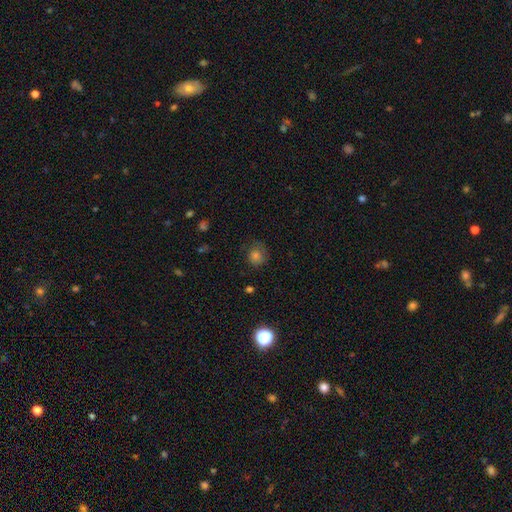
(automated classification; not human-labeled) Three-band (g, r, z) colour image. It shows a smooth galaxy with no disk features (71%) that is round (83%). Merging: none (72%).